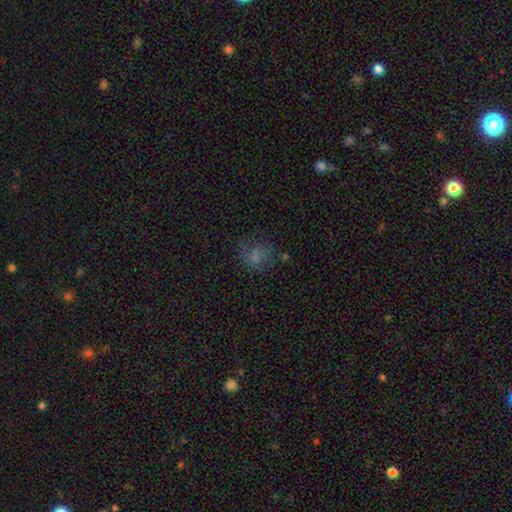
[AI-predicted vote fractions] Morphology: type=smooth (65%); roundness=round (66%); merging=none (61%).